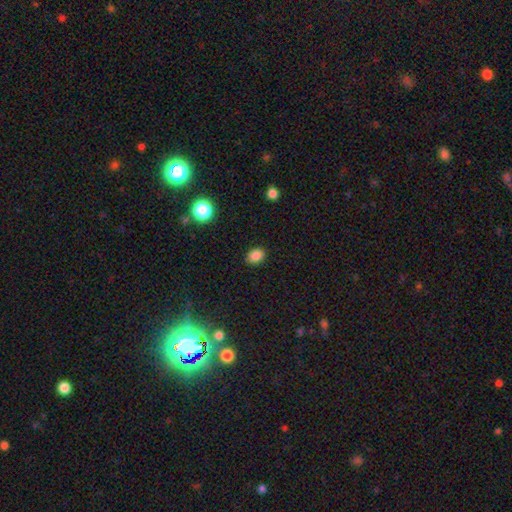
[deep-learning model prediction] The model was most divided on "how rounded": in between: 60%, round: 39%, cigar-shaped: 1%. More confident: merging — none (88%); smooth or featured — smooth (85%).